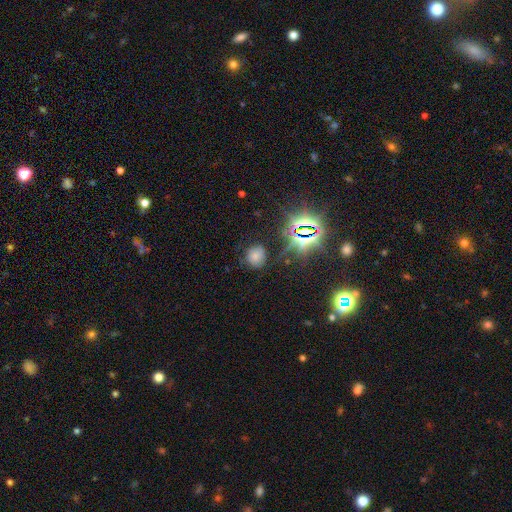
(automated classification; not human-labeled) A smooth galaxy with no disk features (59%) that is round (74%). Merging: none (76%).